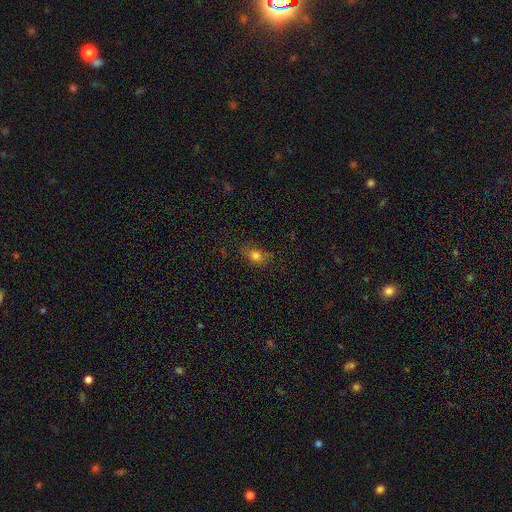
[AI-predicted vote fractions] smooth_or_featured: smooth (p=0.75) [alt: star or artifact p=0.14]
how_rounded: in between (p=0.68) [alt: round p=0.28]
merging: none (p=0.72) [alt: minor disturbance p=0.20]